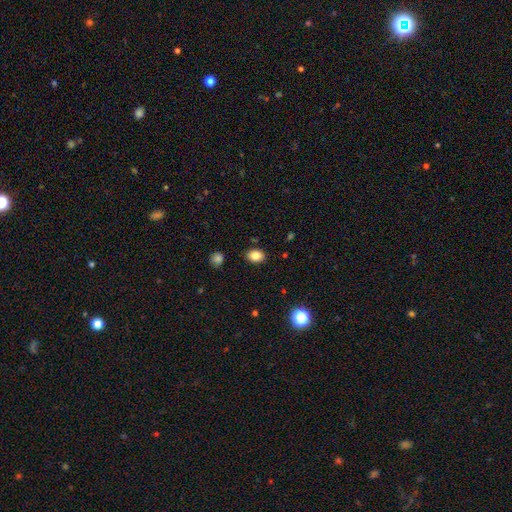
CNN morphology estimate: Smooth or featured? smooth (85%)
How rounded? in between (69%)
Merging? none (86%)